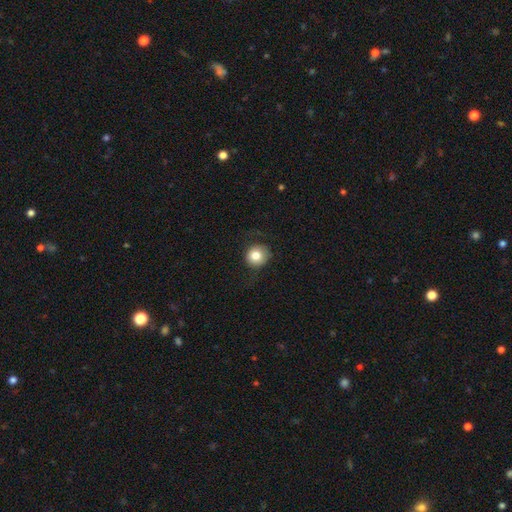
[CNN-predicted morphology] smooth_or_featured: smooth (p=0.81) [alt: featured or disk p=0.10]
how_rounded: round (p=0.90) [alt: in between p=0.09]
merging: none (p=0.76) [alt: minor disturbance p=0.16]